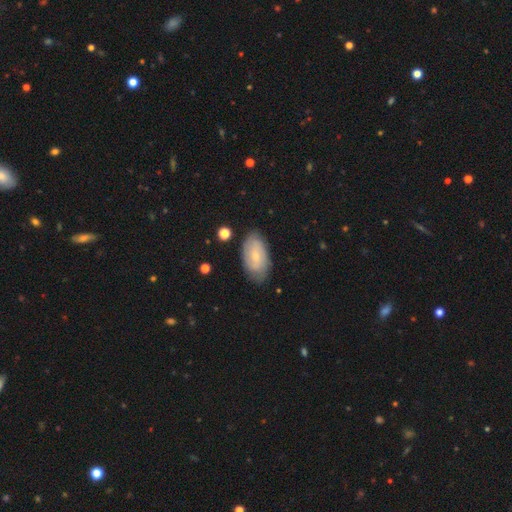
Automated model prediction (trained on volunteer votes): Smooth or featured? Predicted: smooth (p=0.47). Merging? Predicted: none (p=0.78).